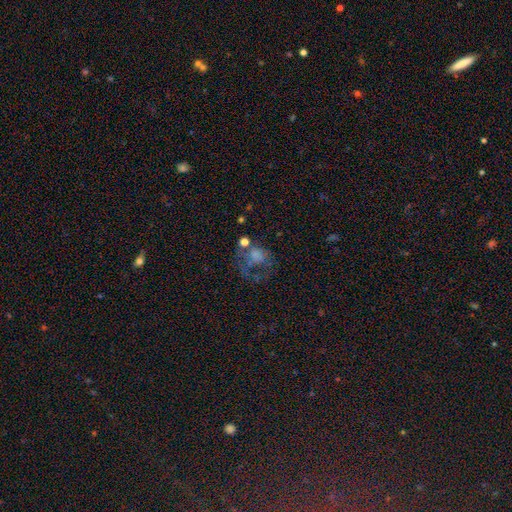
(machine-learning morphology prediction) Smooth or featured? smooth (51%)
How rounded? round (60%)
Merging? major disturbance (41%)